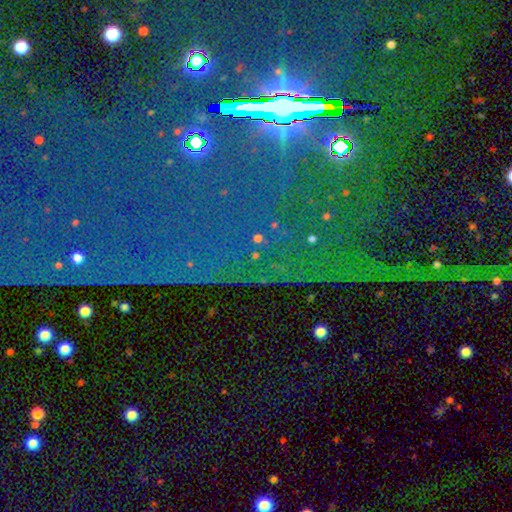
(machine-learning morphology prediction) The model was most divided on "smooth or featured": star or artifact: 81%, smooth: 10%, featured or disk: 9%.